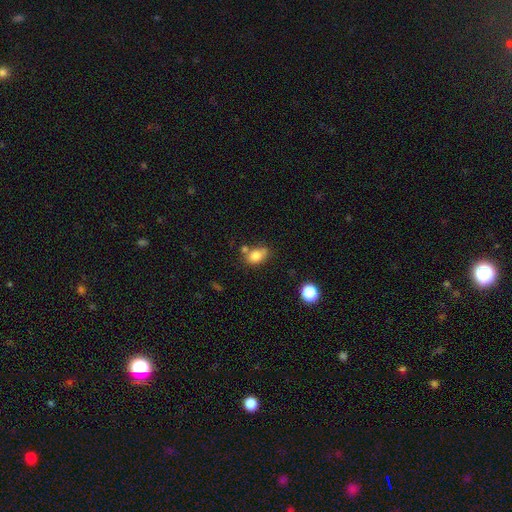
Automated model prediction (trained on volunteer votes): This appears to be a smooth galaxy with no disk features (79%) that is in between round and cigar-shaped (73%). Merging: none (51%).